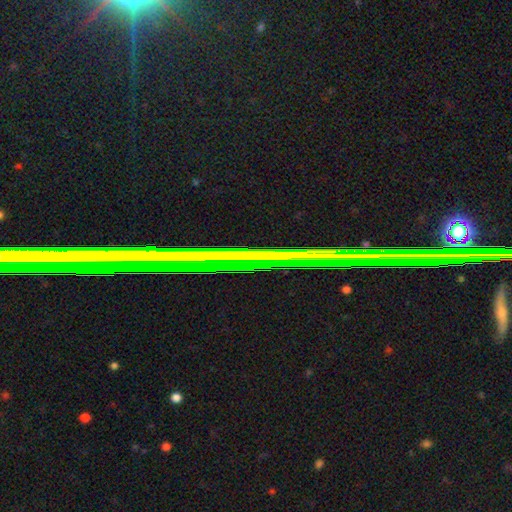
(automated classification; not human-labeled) star or artifact 79%, featured or disk 13%, smooth 8%.